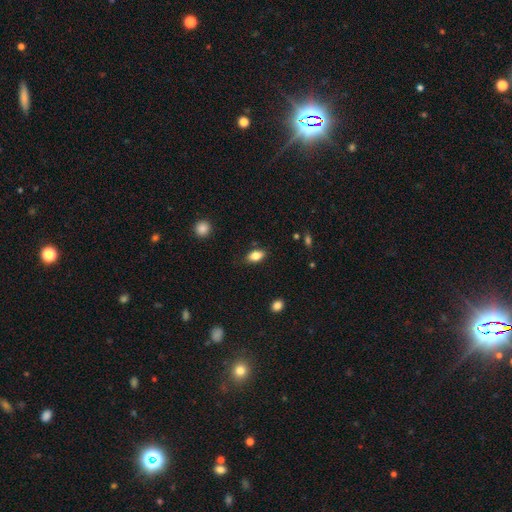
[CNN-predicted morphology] smooth_or_featured: smooth (p=0.83) [alt: featured or disk p=0.08]
how_rounded: in between (p=0.88) [alt: round p=0.08]
merging: none (p=0.83) [alt: minor disturbance p=0.13]